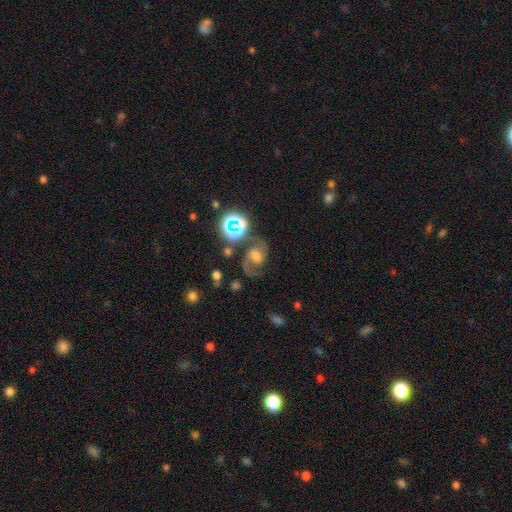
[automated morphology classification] Smooth or featured? featured or disk (71%)
Edge-on disk? no (97%)
Bar? weak (41%, tied with no)
Spiral arms? yes (94%)
Spiral winding? medium (56%)
Spiral arm count? 2 (82%)
Bulge size? moderate (42%)
Merging? none (59%)